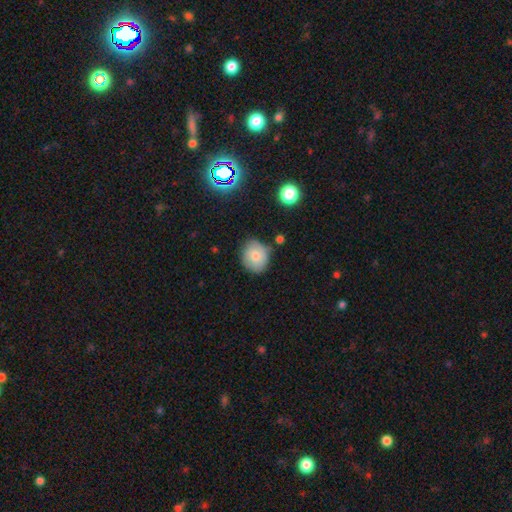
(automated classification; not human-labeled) A smooth galaxy with no disk features (72%) that is round (68%).

Vote fractions:
- Smooth or featured? smooth: 72% / featured or disk: 19% / star or artifact: 9%
- How rounded? round: 68% / in between: 31% / cigar-shaped: 1%
- Merging? none: 72% / minor disturbance: 20% / major disturbance: 4% / merger: 4%